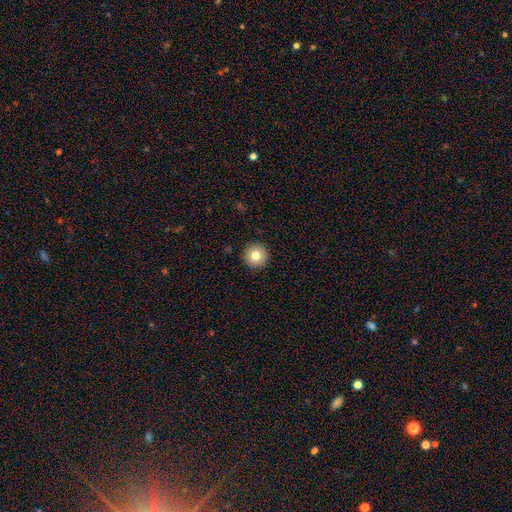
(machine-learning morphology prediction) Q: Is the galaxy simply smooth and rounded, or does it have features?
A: smooth — 81%.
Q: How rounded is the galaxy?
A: round — 96%.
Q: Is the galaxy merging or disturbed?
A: none — 93%.